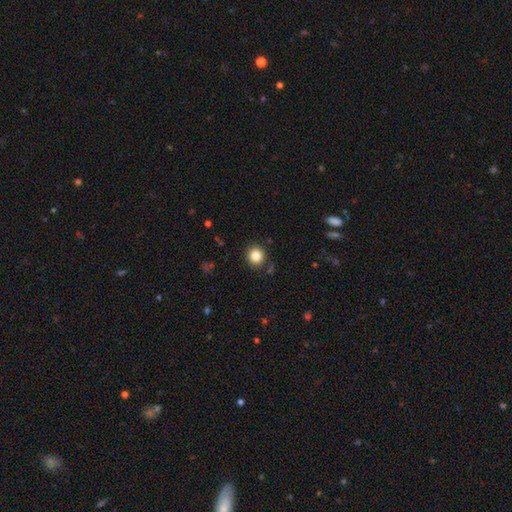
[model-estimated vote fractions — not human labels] A smooth galaxy with no disk features (84%) that is round (89%).

Vote fractions:
- Smooth or featured? smooth: 84% / star or artifact: 11% / featured or disk: 5%
- How rounded? round: 89% / in between: 10% / cigar-shaped: 1%
- Merging? none: 87% / minor disturbance: 8% / major disturbance: 3% / merger: 2%